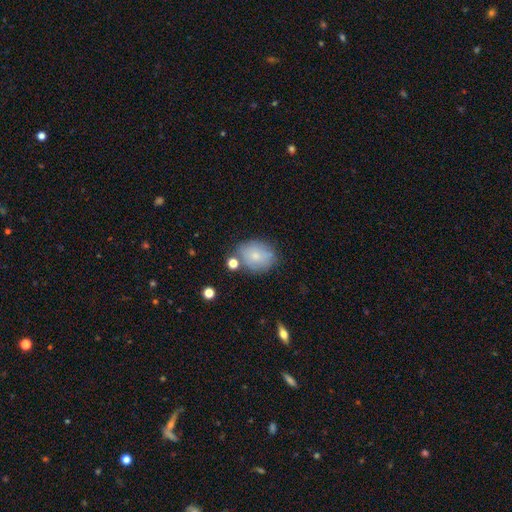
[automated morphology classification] Smooth or featured: smooth — 73% (featured or disk — 18%)
How rounded: in between — 50% (round — 48%)
Merging: none — 66% (minor disturbance — 20%)